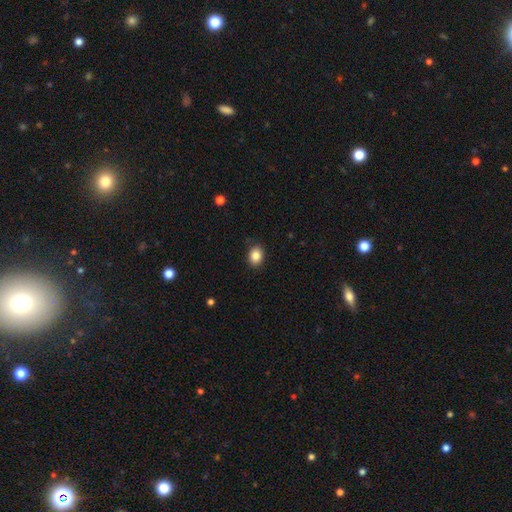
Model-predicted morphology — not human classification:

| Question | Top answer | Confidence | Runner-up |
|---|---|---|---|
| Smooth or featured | smooth | 85% | star or artifact (9%) |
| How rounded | in between | 53% | round (46%) |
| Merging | none | 84% | minor disturbance (12%) |